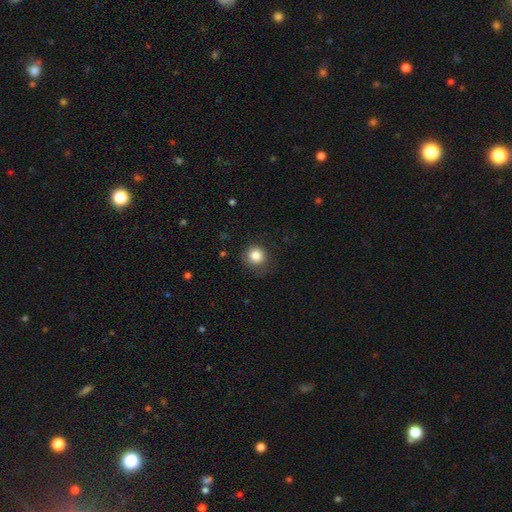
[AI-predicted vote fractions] Overall: smooth (84%). How rounded: round (86%). Merging: none (75%).